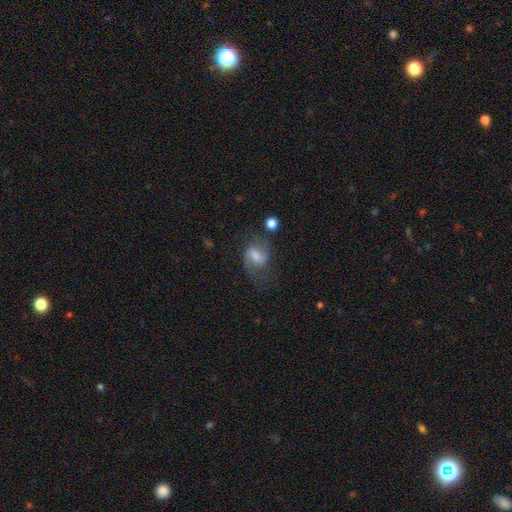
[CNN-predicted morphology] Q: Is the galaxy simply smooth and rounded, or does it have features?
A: featured or disk — 64%.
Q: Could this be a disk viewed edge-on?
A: no — 97%.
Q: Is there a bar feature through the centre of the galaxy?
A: weak — 53%.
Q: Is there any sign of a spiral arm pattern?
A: yes — 89%.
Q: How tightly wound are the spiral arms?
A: medium — 45%.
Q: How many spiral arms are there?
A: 2 — 85%.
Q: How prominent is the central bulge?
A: moderate — 39%.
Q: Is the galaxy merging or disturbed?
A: none — 61%.